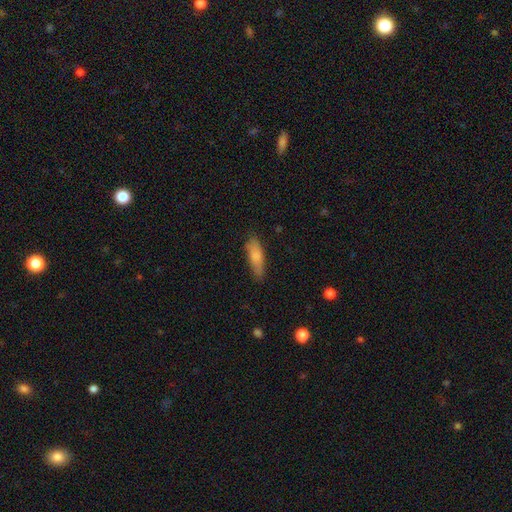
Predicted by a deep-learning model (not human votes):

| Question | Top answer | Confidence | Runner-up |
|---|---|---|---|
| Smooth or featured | smooth | 79% | featured or disk (14%) |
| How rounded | cigar-shaped | 55% | in between (44%) |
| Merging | none | 74% | minor disturbance (20%) |